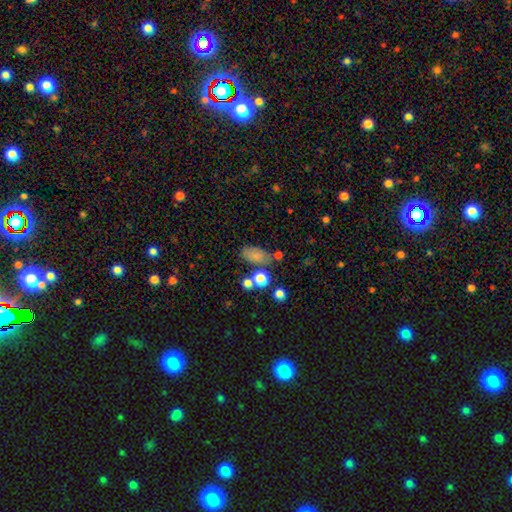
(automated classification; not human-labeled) Smooth or featured: smooth — 77% (star or artifact — 13%)
How rounded: in between — 87% (round — 10%)
Merging: none — 63% (minor disturbance — 17%)